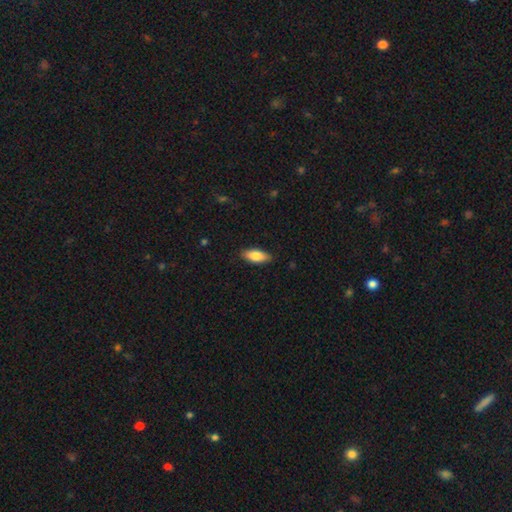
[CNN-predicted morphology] This is clearly a smooth galaxy (83%). How rounded: clearly in between (80%). Merging: clearly none (88%).